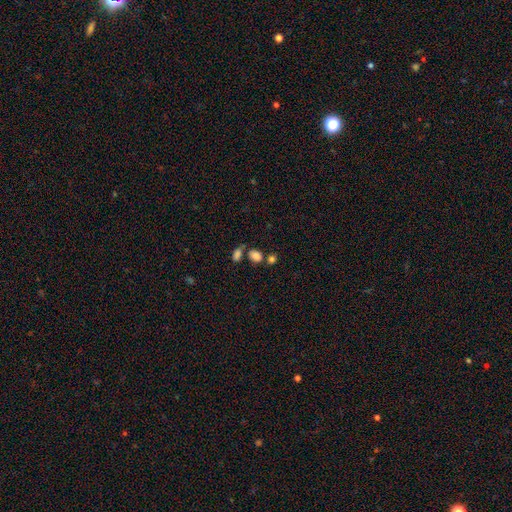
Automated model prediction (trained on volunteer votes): Smooth or featured: smooth — 82% (star or artifact — 12%)
How rounded: in between — 66% (round — 32%)
Merging: none — 54% (merger — 28%)